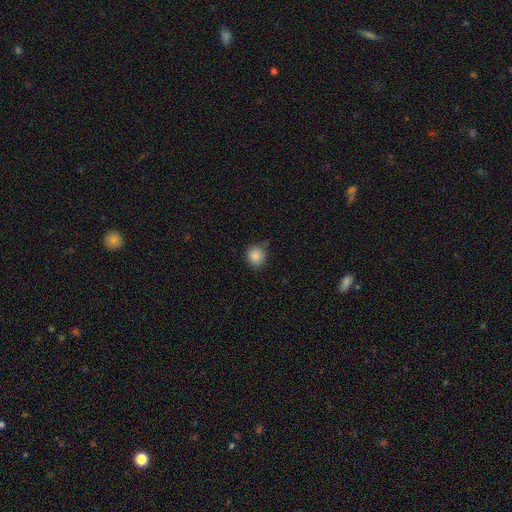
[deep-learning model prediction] A smooth galaxy with no disk features (87%) that is round (88%).

Vote fractions:
- Smooth or featured? smooth: 87% / star or artifact: 9% / featured or disk: 3%
- How rounded? round: 88% / in between: 11% / cigar-shaped: 1%
- Merging? none: 77% / minor disturbance: 17% / major disturbance: 3% / merger: 3%